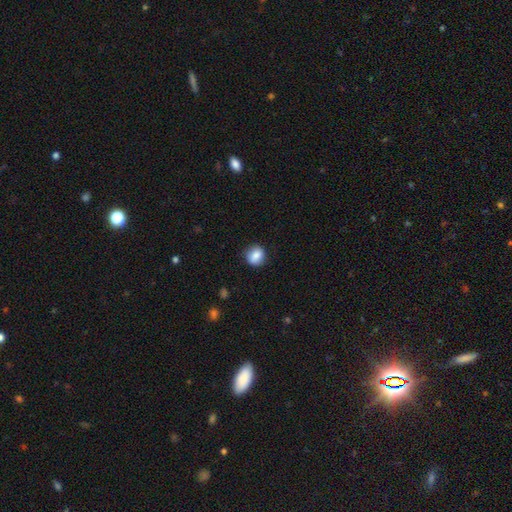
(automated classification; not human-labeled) Smooth or featured? smooth (82%)
How rounded? round (76%)
Merging? none (83%)